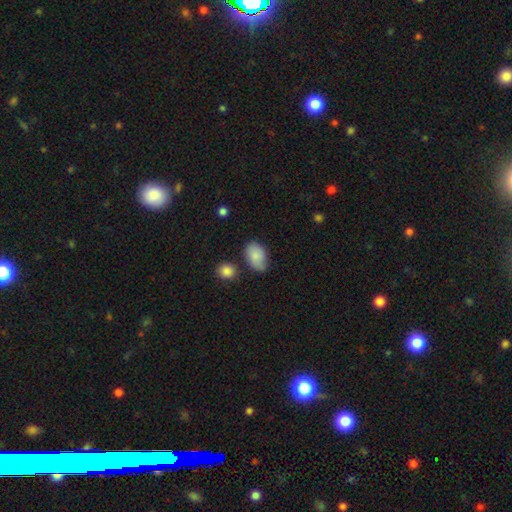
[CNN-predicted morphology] Smooth or featured? smooth (84%)
How rounded? in between (88%)
Merging? none (64%)